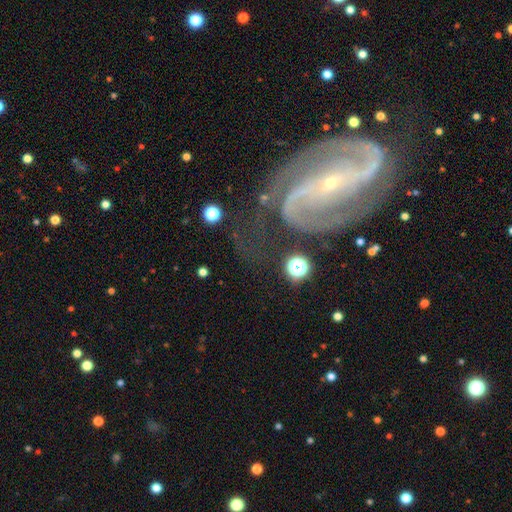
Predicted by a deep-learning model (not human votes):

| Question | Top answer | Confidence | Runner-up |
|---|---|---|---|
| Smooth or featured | featured or disk | 91% | star or artifact (6%) |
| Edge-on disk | no | 97% | yes (3%) |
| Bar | strong | 49% | no (27%) |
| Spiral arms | yes | 98% | no (2%) |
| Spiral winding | medium | 54% | tight (28%) |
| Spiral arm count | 2 | 89% | 3 (3%) |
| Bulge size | small | 88% | moderate (8%) |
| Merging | none | 64% | minor disturbance (20%) |